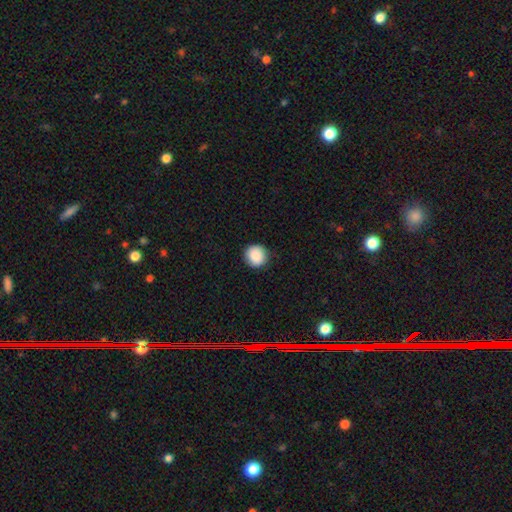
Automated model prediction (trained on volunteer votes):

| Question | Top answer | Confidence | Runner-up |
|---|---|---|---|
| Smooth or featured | smooth | 88% | star or artifact (8%) |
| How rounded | round | 94% | in between (5%) |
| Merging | none | 90% | minor disturbance (7%) |